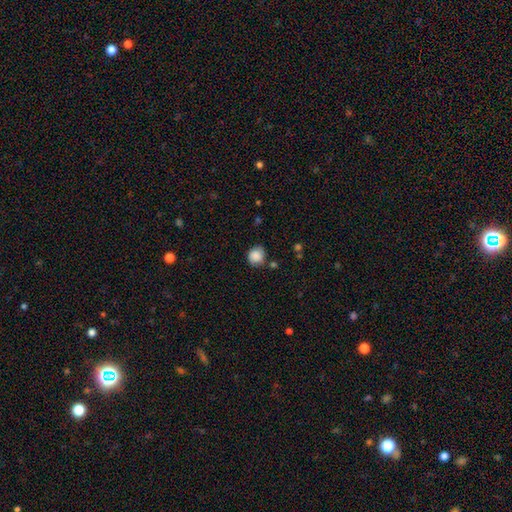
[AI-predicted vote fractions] smooth_or_featured: smooth (p=0.86) [alt: star or artifact p=0.08]
how_rounded: round (p=0.80) [alt: in between p=0.19]
merging: none (p=0.75) [alt: minor disturbance p=0.17]